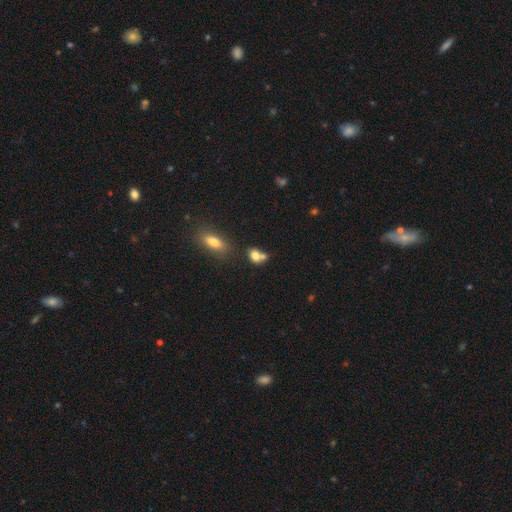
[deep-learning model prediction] Morphology: type=smooth (76%); roundness=in between (53%); merging=merger (51%).